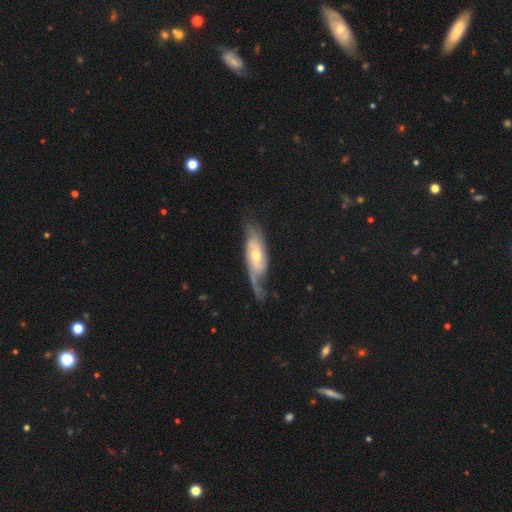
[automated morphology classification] The model was most divided on "spiral winding" (2-way tie): medium: 37%, loose: 37%, tight: 26%. Remaining: spiral arms — yes (89%); edge-on disk — no (83%); smooth or featured — featured or disk (75%); bulge size — moderate (70%); bar — no (58%); spiral arm count — 2 (52%); merging — none (47%).